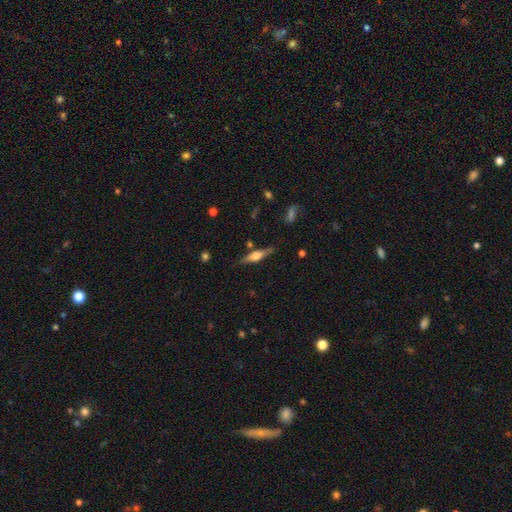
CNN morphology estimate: Q: Smooth or featured?
A: featured or disk (60%); runner-up: smooth (33%)
Q: Edge-on disk?
A: yes (96%); runner-up: no (4%)
Q: Edge-on bulge?
A: rounded (79%); runner-up: boxy (18%)
Q: Merging?
A: none (81%); runner-up: minor disturbance (13%)